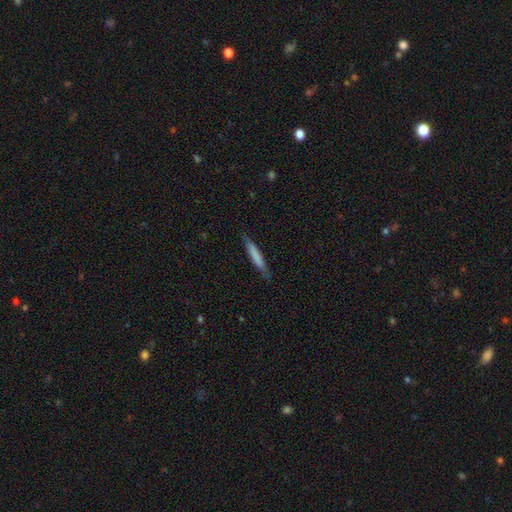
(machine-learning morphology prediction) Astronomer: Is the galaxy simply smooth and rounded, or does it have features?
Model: smooth — 71%.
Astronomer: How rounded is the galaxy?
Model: cigar-shaped — 93%.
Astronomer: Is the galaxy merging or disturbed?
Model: none — 82%.